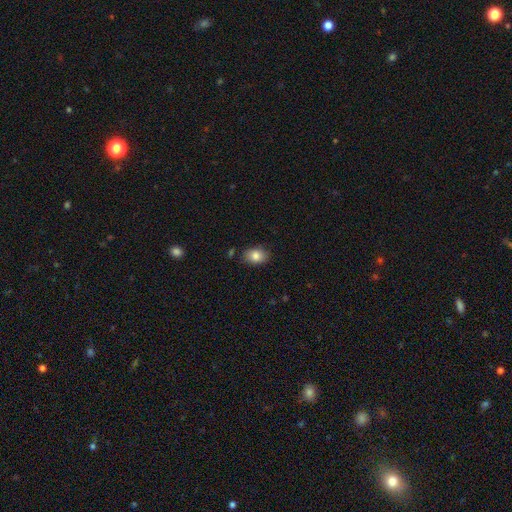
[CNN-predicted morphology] type=smooth (85%); roundness=in between (75%); merging=none (82%).